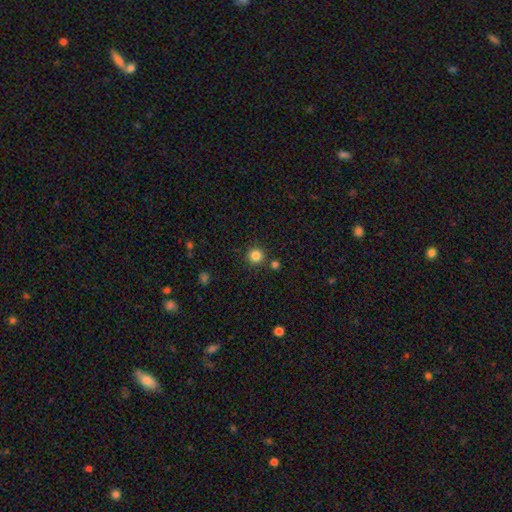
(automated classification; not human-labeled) Morphology: type=smooth (83%); roundness=round (95%); merging=none (86%).